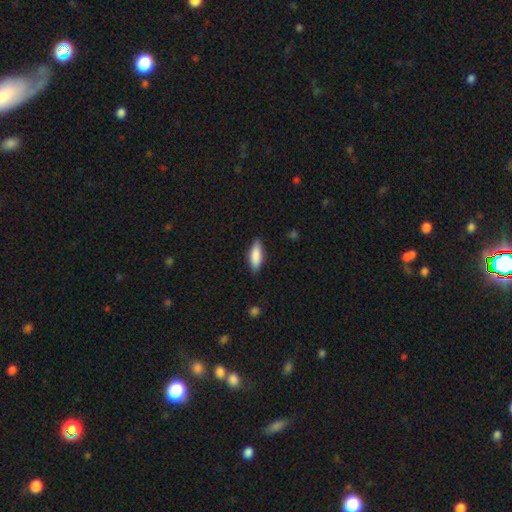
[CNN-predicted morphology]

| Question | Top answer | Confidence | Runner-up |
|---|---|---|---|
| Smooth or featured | smooth | 86% | featured or disk (8%) |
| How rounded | in between | 61% | cigar-shaped (37%) |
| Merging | none | 85% | minor disturbance (12%) |